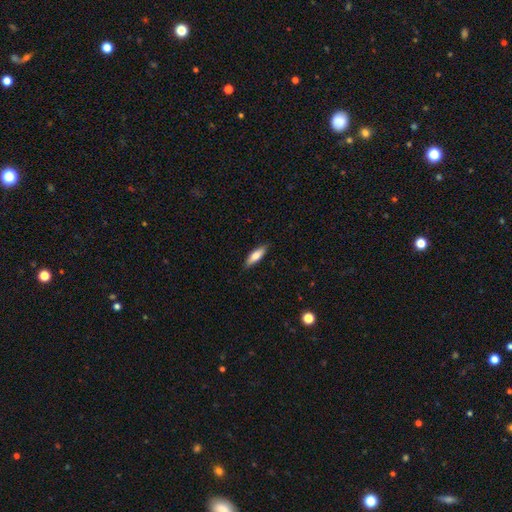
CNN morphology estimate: A smooth galaxy with no disk features (71%) that is cigar-shaped (50%).

Vote fractions:
- Smooth or featured? smooth: 71% / featured or disk: 23% / star or artifact: 6%
- How rounded? cigar-shaped: 50% / in between: 48% / round: 2%
- Merging? none: 88% / minor disturbance: 9% / major disturbance: 2% / merger: 1%